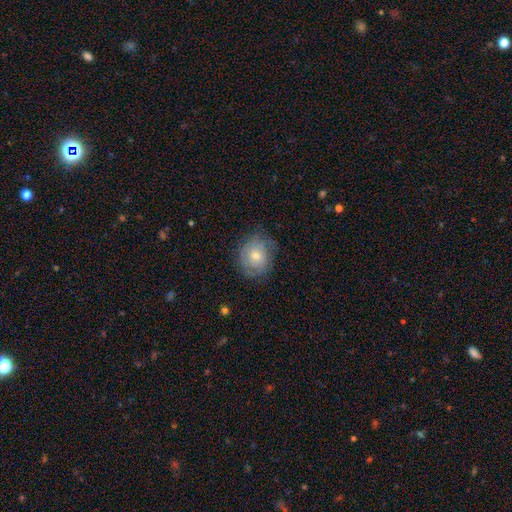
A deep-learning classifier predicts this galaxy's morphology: This is possibly a smooth galaxy (53%). How rounded: likely round (72%). Merging: likely none (74%).